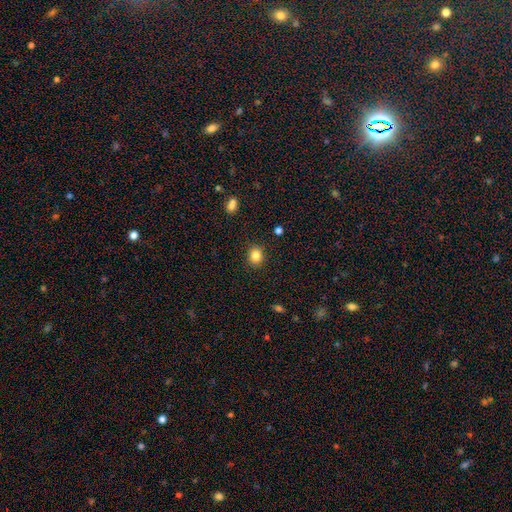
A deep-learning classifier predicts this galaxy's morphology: smooth_or_featured: smooth (p=0.85) [alt: star or artifact p=0.11]
how_rounded: round (p=0.71) [alt: in between p=0.28]
merging: none (p=0.88) [alt: minor disturbance p=0.08]